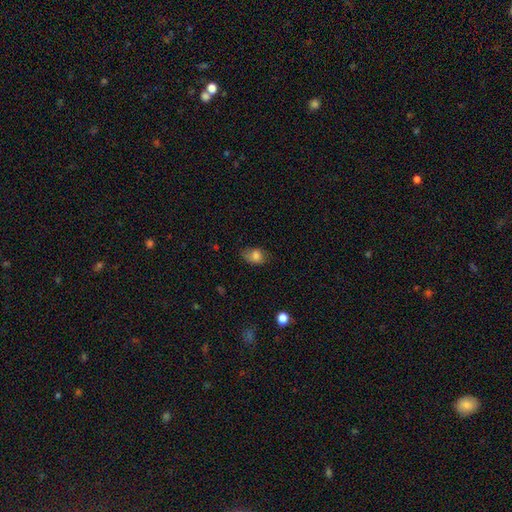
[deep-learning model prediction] Overall: smooth (79%). How rounded: in between (73%). Merging: none (58%; minor disturbance 30%).